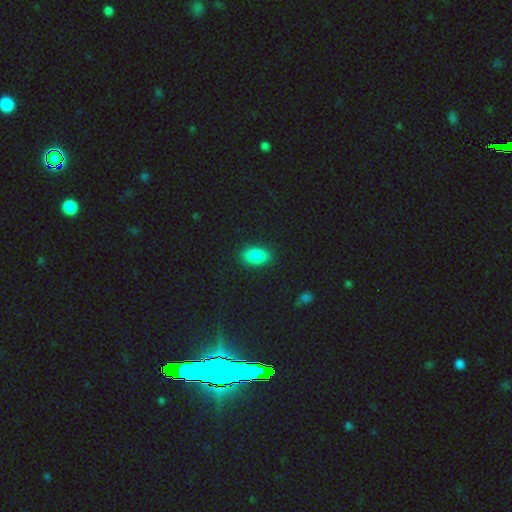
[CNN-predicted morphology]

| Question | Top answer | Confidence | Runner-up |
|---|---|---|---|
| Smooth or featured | smooth | 86% | star or artifact (9%) |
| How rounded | in between | 91% | round (6%) |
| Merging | none | 88% | minor disturbance (9%) |